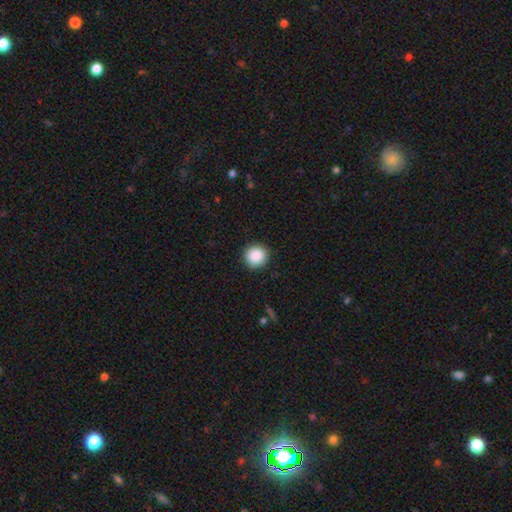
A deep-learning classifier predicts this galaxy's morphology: Smooth or featured: smooth — 89% (star or artifact — 8%)
How rounded: round — 95% (in between — 4%)
Merging: none — 91% (minor disturbance — 6%)